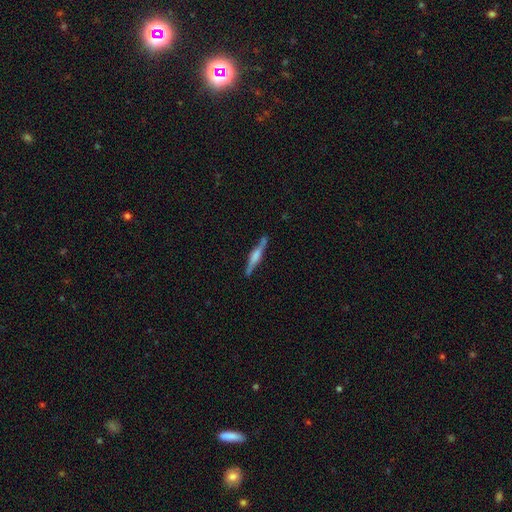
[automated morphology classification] Smooth or featured?
  - featured or disk: 63% *
  - smooth: 31%
  - star or artifact: 6%
Edge-on disk?
  - yes: 97% *
  - no: 3%
Edge-on bulge?
  - rounded: 49% *
  - boxy: 41%
  - none: 11%
Merging?
  - none: 81% *
  - minor disturbance: 13%
  - merger: 3%
  - major disturbance: 3%